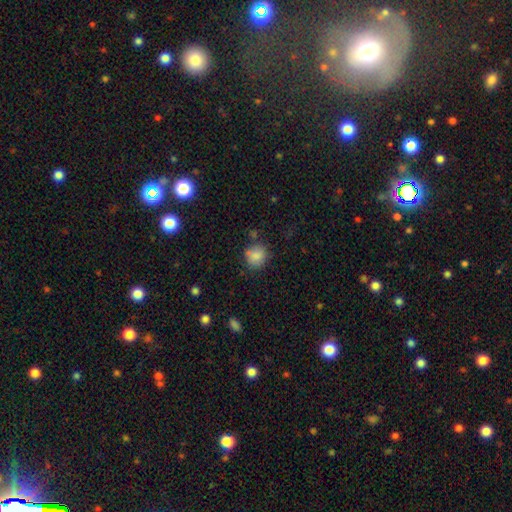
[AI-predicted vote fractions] A smooth galaxy with no disk features (84%) that is round (85%). Merging: none (76%).